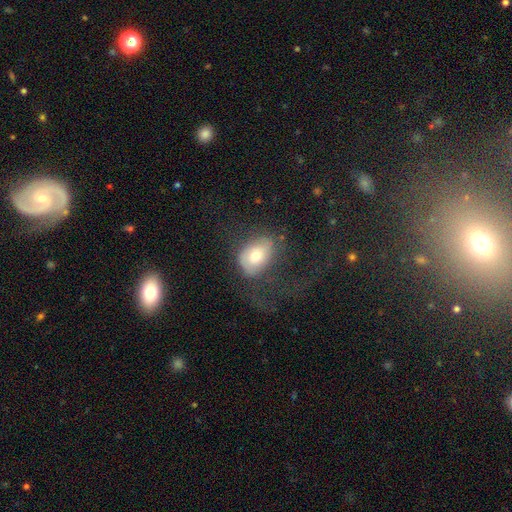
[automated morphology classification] smooth 68%, featured or disk 23%, star or artifact 9%. Down the decision tree: how rounded — in between (73%); merging — none (43%).